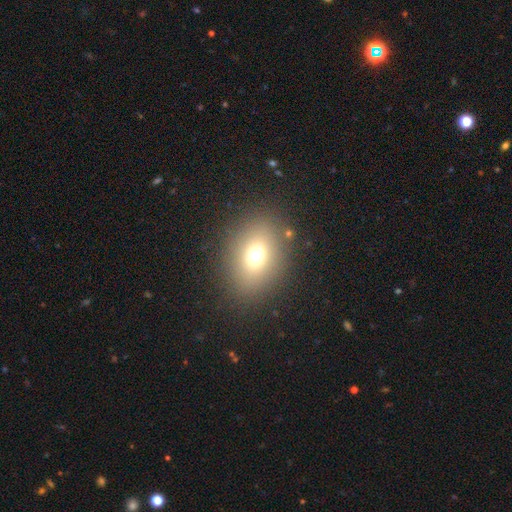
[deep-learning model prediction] Smooth or featured? smooth (68%)
How rounded? in between (55%)
Merging? none (85%)